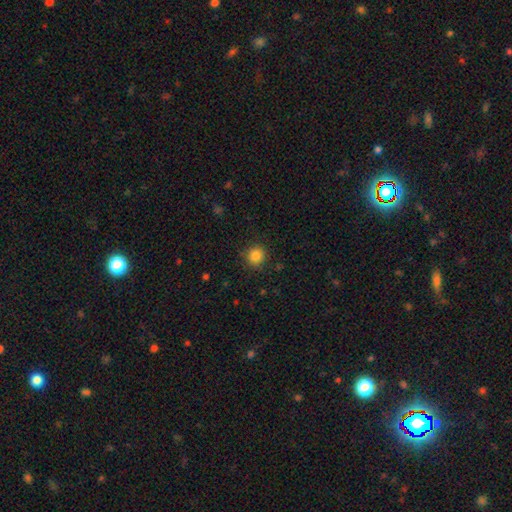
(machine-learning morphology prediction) This appears to be a smooth galaxy with no disk features (84%) that is round (93%). Merging: none (89%).